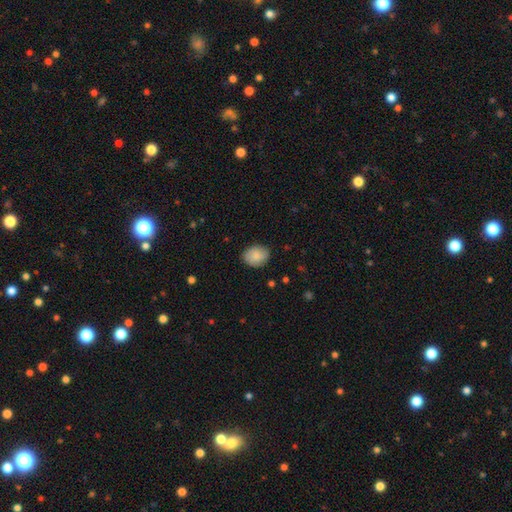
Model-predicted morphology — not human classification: Smooth or featured: smooth — 86% (featured or disk — 7%)
How rounded: in between — 54% (round — 45%)
Merging: none — 83% (minor disturbance — 13%)